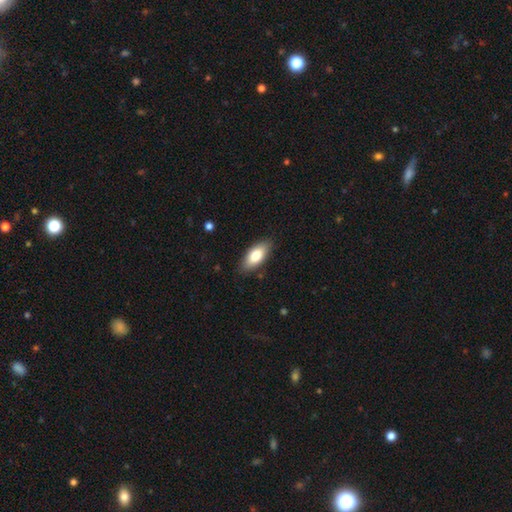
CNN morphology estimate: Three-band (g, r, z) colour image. It shows a smooth galaxy with no disk features (79%) that is in between round and cigar-shaped (84%). Merging: none (85%).